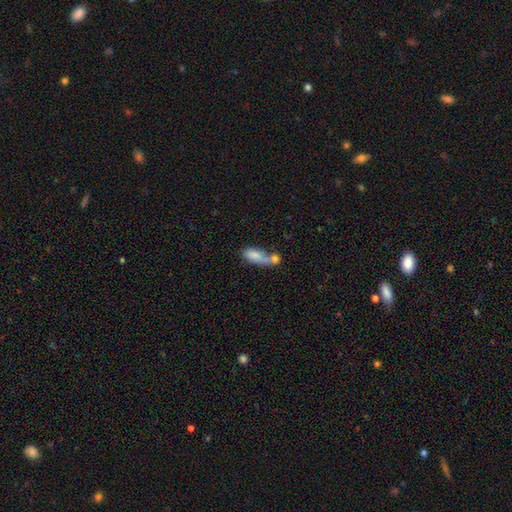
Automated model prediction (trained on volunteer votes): Smooth or featured? smooth (75%)
How rounded? in between (76%)
Merging? merger (56%)